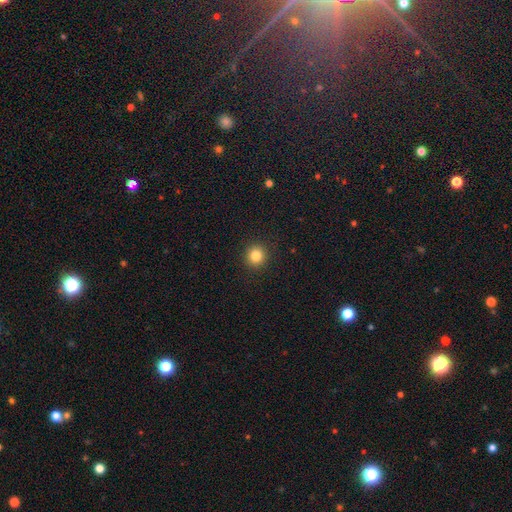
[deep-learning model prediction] smooth_or_featured: smooth (p=0.84) [alt: star or artifact p=0.11]
how_rounded: round (p=0.92) [alt: in between p=0.07]
merging: none (p=0.92) [alt: minor disturbance p=0.05]